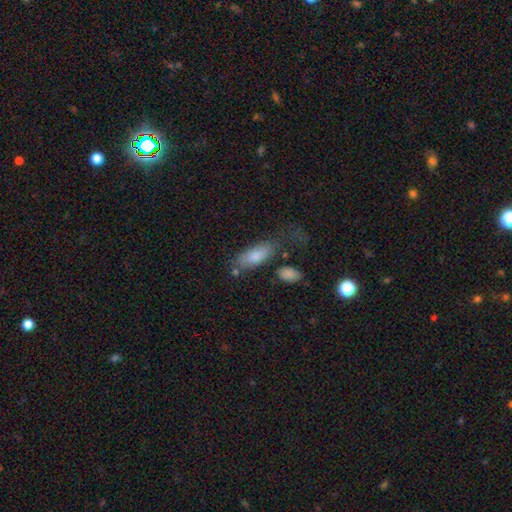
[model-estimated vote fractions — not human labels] A smooth galaxy with no disk features (80%) that is in between round and cigar-shaped (78%). Merging: none (55%).